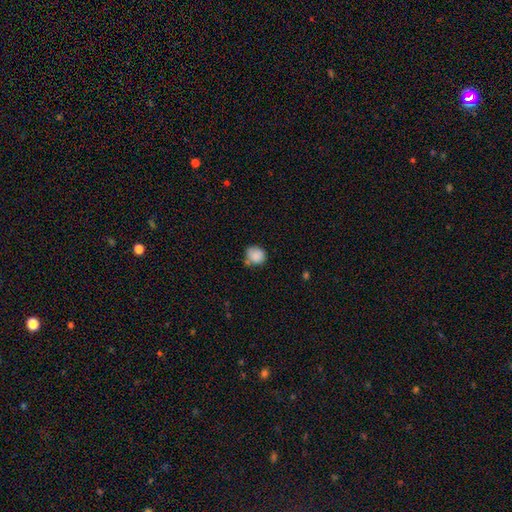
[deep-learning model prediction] Smooth or featured? Predicted: smooth (p=0.87). How rounded? Predicted: round (p=0.76). Merging? Predicted: none (p=0.59).